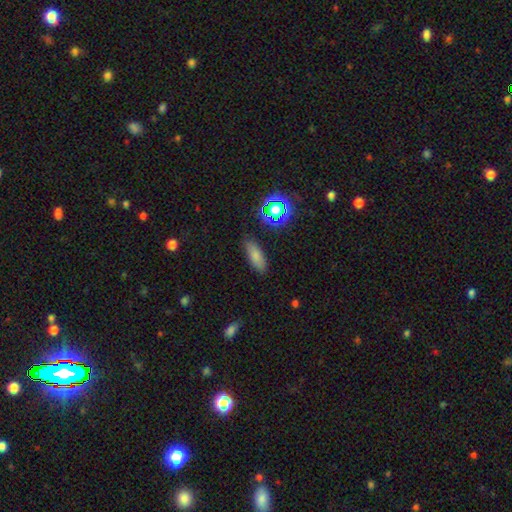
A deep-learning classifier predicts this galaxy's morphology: smooth-or-featured: smooth: 77% | star or artifact: 13% | featured or disk: 10%
  how-rounded: in between: 70% | cigar-shaped: 26% | round: 4%
  merging: none: 83% | minor disturbance: 12% | major disturbance: 3% | merger: 2%